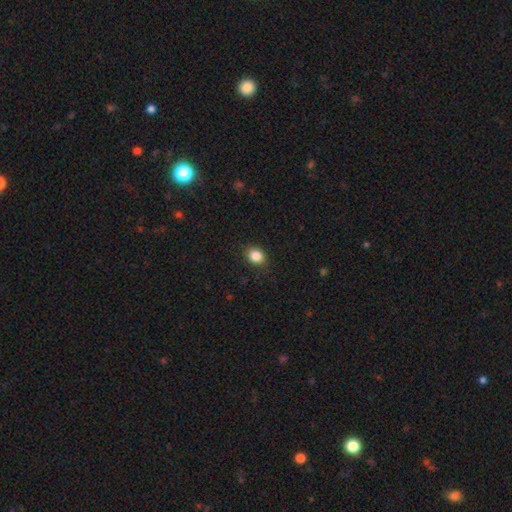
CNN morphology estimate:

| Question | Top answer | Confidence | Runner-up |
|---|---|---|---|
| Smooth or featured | smooth | 86% | star or artifact (10%) |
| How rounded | round | 52% | in between (47%) |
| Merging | none | 86% | minor disturbance (11%) |